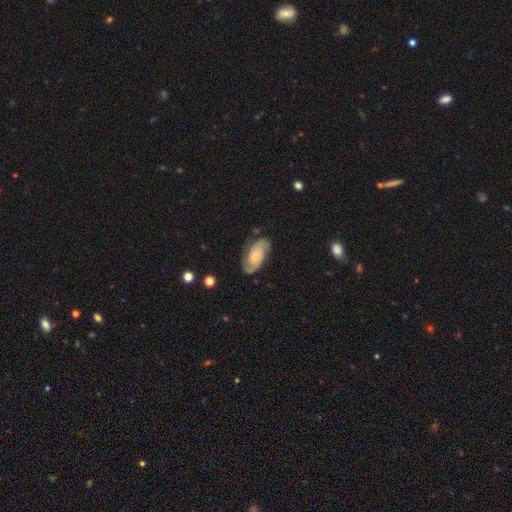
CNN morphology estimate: The model was most divided on "spiral winding": tight: 49%, medium: 39%, loose: 13%. More confident: edge-on disk — no (96%); spiral arms — yes (95%); spiral arm count — 2 (87%); merging — none (78%); smooth or featured — featured or disk (74%); bar — no (70%); bulge size — small (54%).